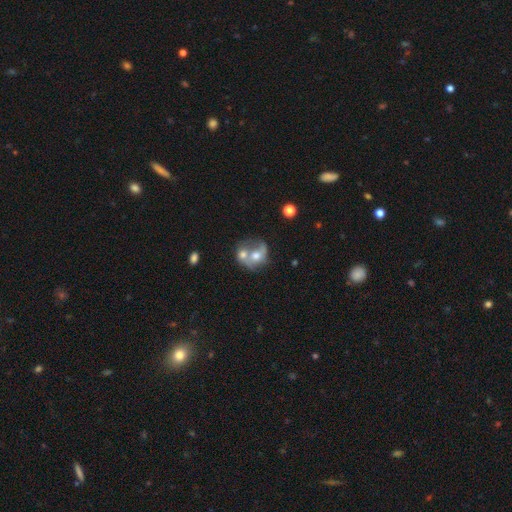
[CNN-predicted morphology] Smooth or featured? Predicted: featured or disk (p=0.46). Merging? Predicted: merger (p=0.70).